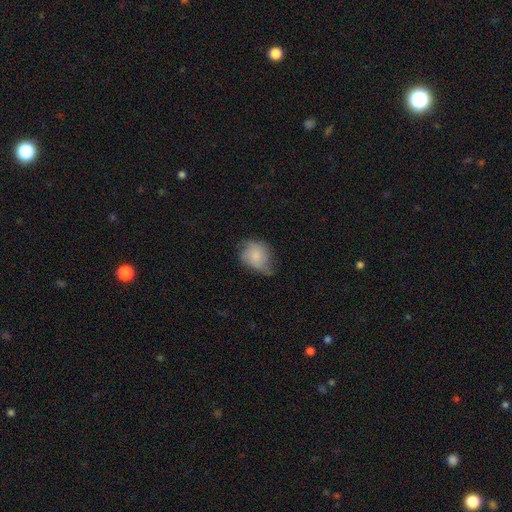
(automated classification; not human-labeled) This is likely a smooth galaxy (63%). How rounded: possibly round (49%, tied with in between). Merging: marginally minor disturbance (43%).